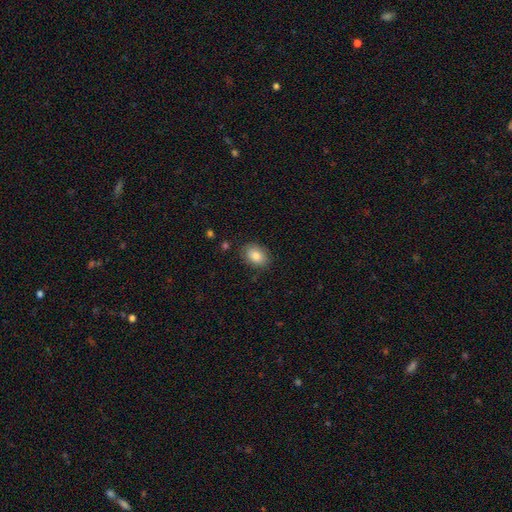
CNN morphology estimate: Overall: smooth (83%). How rounded: in between (77%). Merging: none (83%).